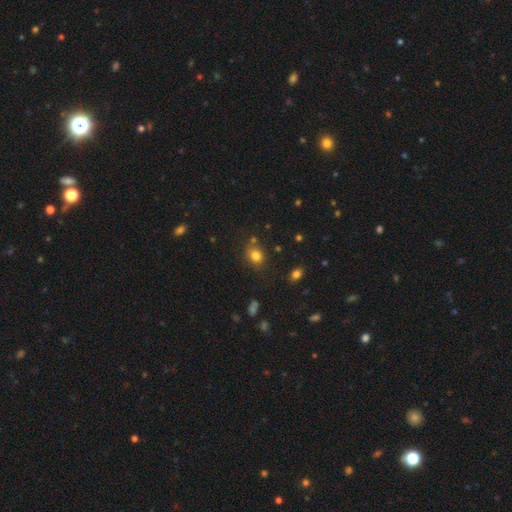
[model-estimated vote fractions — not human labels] Smooth or featured?
  - smooth: 80% *
  - star or artifact: 13%
  - featured or disk: 7%
How rounded?
  - round: 60% *
  - in between: 39%
  - cigar-shaped: 1%
Merging?
  - none: 78% *
  - minor disturbance: 13%
  - merger: 6%
  - major disturbance: 4%